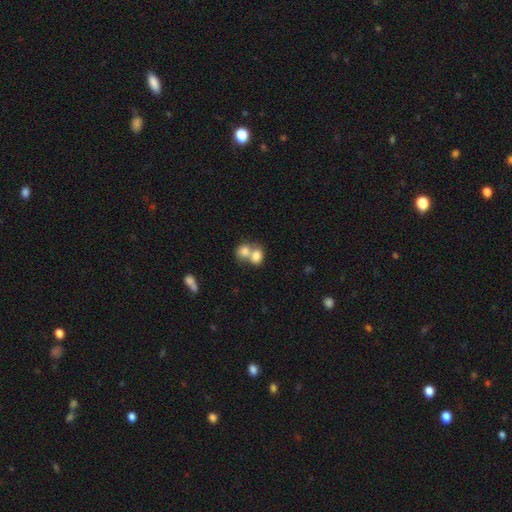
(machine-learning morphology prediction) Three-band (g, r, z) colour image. It shows a smooth galaxy with no disk features (77%) that is in between round and cigar-shaped (59%). Merging: merger (67%).